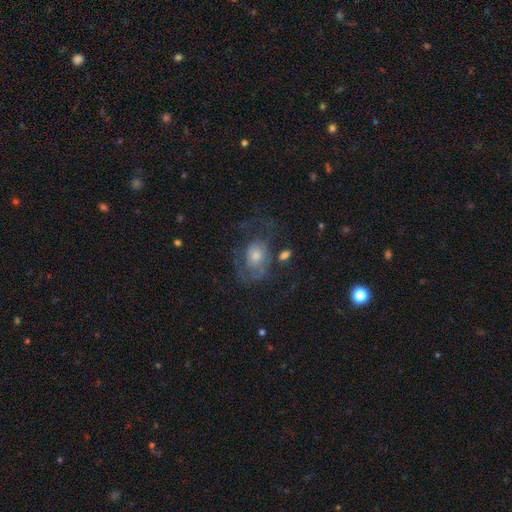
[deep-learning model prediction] This is possibly a featured or disk galaxy (55%). It is clearly not viewed edge-on (96%). Bar: clearly no (80%). Spiral arm pattern: likely yes (62%). Central bulge: possibly moderate (51%). Merging: marginally none (43%).